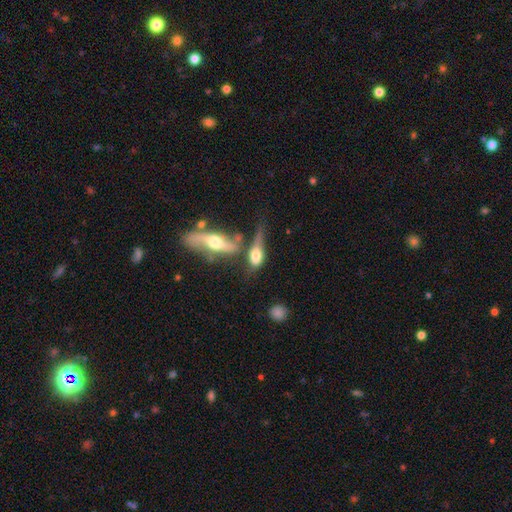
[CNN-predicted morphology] A smooth galaxy with no disk features (52%) that is in between round and cigar-shaped (72%).

Vote fractions:
- Smooth or featured? smooth: 52% / featured or disk: 39% / star or artifact: 9%
- How rounded? in between: 72% / cigar-shaped: 21% / round: 7%
- Merging? merger: 44% / none: 24% / major disturbance: 16% / minor disturbance: 16%